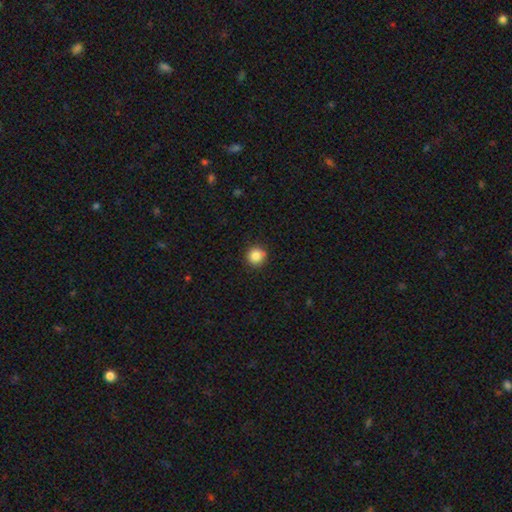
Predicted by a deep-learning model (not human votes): smooth_or_featured: smooth (p=0.86) [alt: star or artifact p=0.10]
how_rounded: round (p=0.94) [alt: in between p=0.05]
merging: none (p=0.90) [alt: minor disturbance p=0.07]